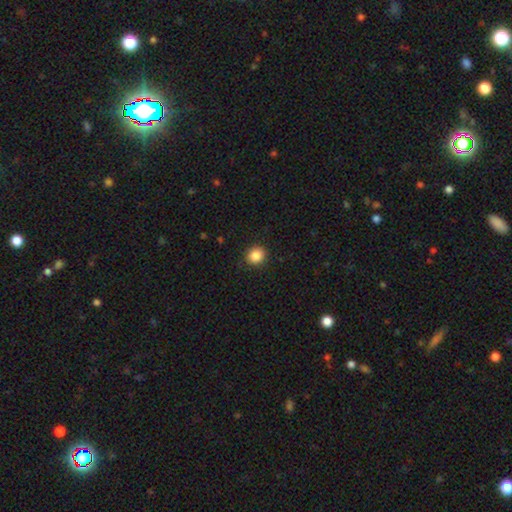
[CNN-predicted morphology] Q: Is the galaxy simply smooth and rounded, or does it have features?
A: smooth — 87%.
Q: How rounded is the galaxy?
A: round — 84%.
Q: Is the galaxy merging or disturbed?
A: none — 90%.